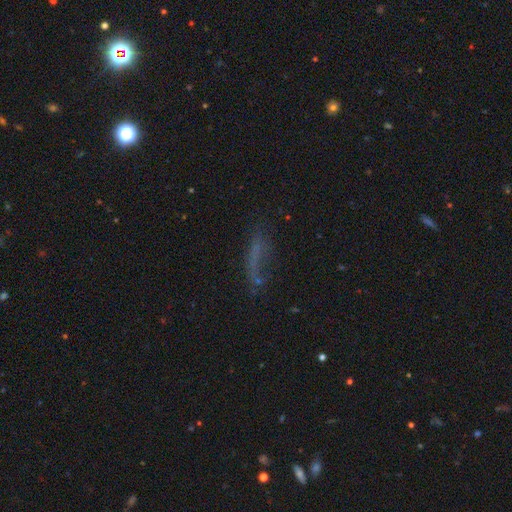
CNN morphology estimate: A smooth galaxy with no disk features (46%). Merging: none (47%).